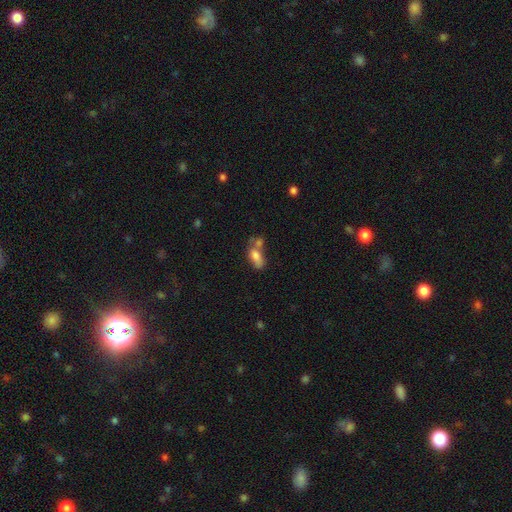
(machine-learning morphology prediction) Q: Smooth or featured?
A: smooth (74%); runner-up: featured or disk (17%)
Q: How rounded?
A: in between (84%); runner-up: cigar-shaped (10%)
Q: Merging?
A: merger (44%); runner-up: none (30%)